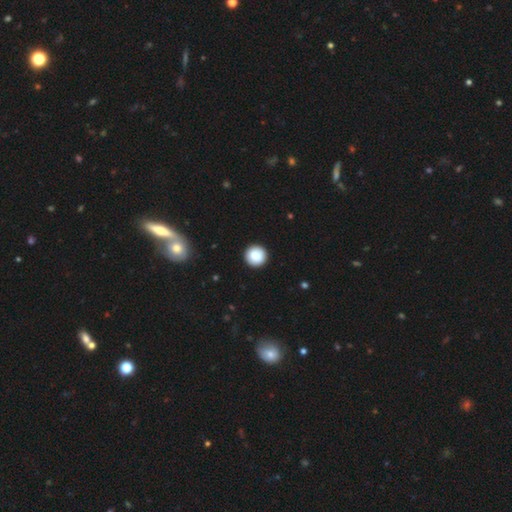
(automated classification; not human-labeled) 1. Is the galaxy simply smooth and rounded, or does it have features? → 87% smooth, 9% star or artifact, 4% featured or disk.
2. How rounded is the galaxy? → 96% round, 3% in between, 1% cigar-shaped.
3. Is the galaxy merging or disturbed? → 93% none, 5% minor disturbance, 1% major disturbance, 1% merger.